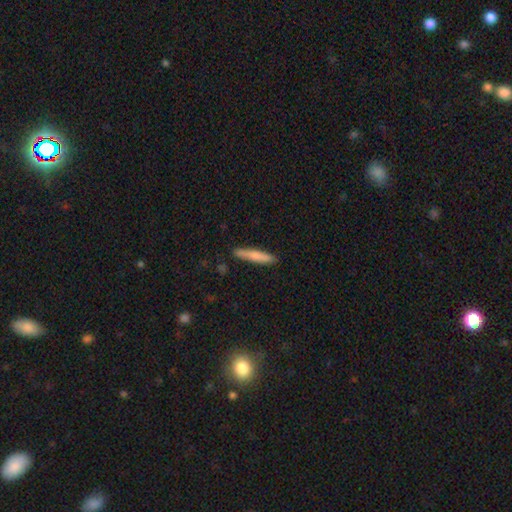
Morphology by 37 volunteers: A smooth galaxy with no disk features (86%) that is cigar-shaped (94%).

Vote fractions:
- Smooth or featured? smooth: 86% / featured or disk: 14% / star or artifact: 0%
- How rounded? cigar-shaped: 94% / round: 6% / in between: 0%
- Merging? none: 95% / minor disturbance: 3% / merger: 3% / major disturbance: 0%